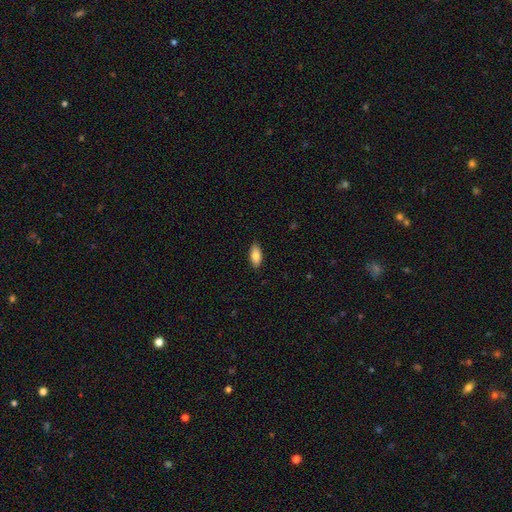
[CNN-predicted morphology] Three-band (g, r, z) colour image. It shows a smooth galaxy with no disk features (81%) that is in between round and cigar-shaped (89%). Merging: none (88%).